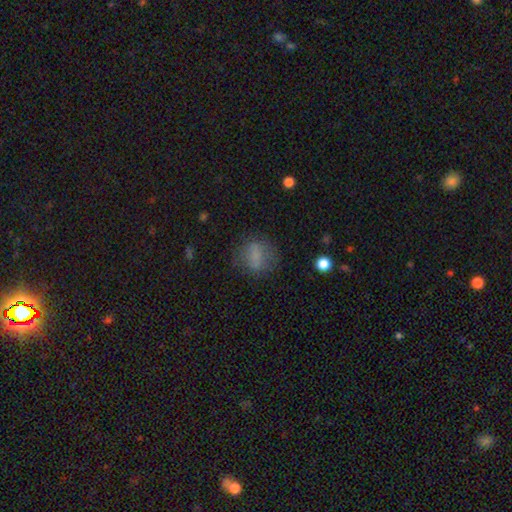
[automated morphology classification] type=smooth (73%); roundness=round (56%); merging=none (71%).